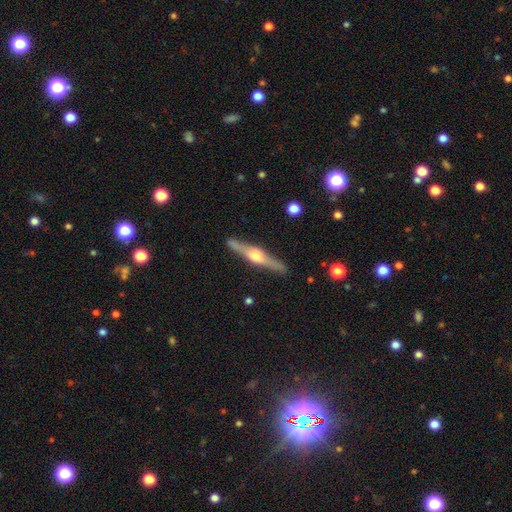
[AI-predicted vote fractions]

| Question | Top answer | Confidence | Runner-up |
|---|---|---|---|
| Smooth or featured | featured or disk | 78% | smooth (17%) |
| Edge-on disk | yes | 98% | no (2%) |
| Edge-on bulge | rounded | 92% | boxy (6%) |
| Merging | none | 90% | minor disturbance (7%) |